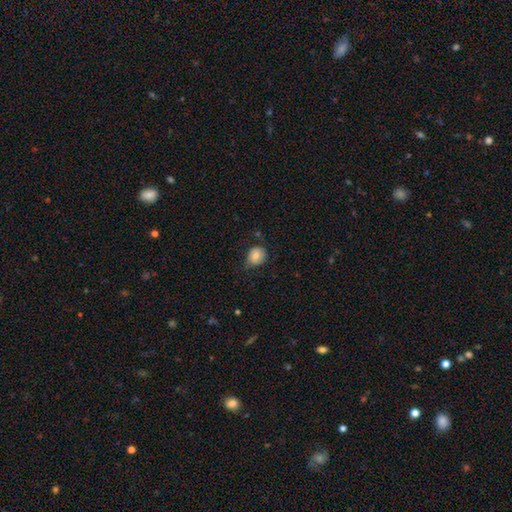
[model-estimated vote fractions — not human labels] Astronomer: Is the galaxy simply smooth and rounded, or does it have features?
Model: smooth — 80%.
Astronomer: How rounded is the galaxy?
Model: round — 69%.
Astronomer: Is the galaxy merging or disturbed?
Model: none — 68%.